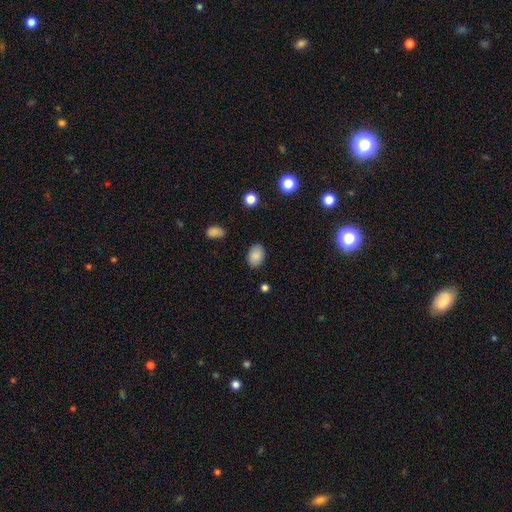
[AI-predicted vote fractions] Morphology: type=smooth (87%); roundness=in between (76%); merging=none (86%).